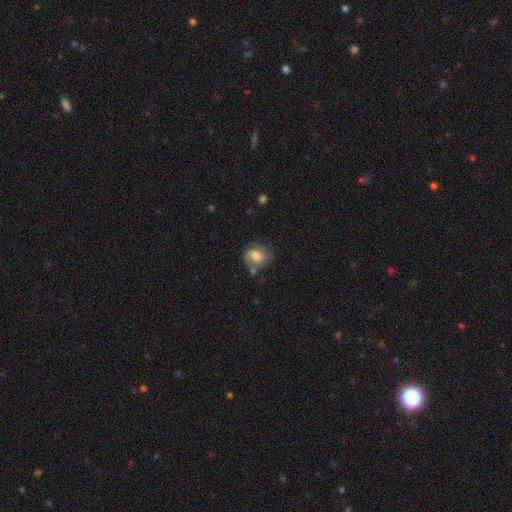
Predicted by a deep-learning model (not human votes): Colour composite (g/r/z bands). It shows a smooth galaxy with no disk features (56%) that is round (67%). Merging: none (56%).